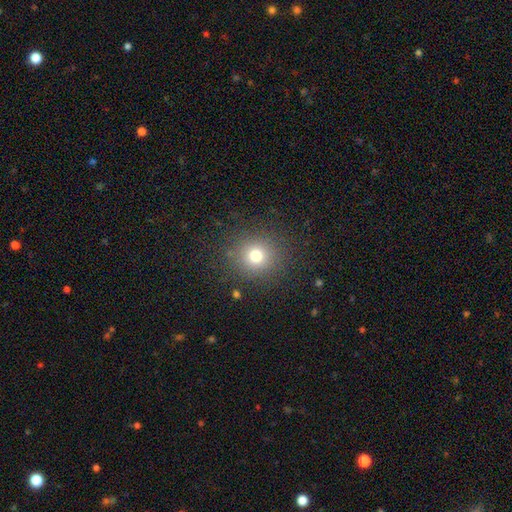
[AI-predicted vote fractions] Q: Smooth or featured?
A: smooth (74%); runner-up: star or artifact (18%)
Q: How rounded?
A: round (91%); runner-up: in between (8%)
Q: Merging?
A: none (87%); runner-up: minor disturbance (8%)